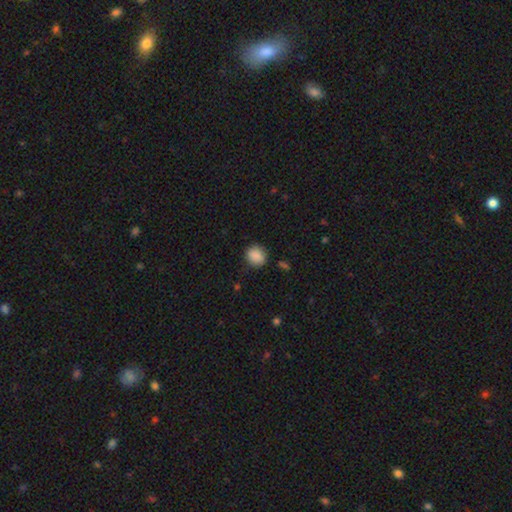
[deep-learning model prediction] Smooth or featured? smooth (87%)
How rounded? round (67%)
Merging? none (80%)